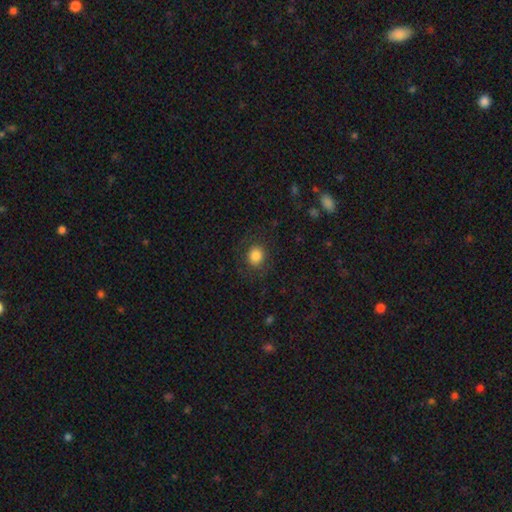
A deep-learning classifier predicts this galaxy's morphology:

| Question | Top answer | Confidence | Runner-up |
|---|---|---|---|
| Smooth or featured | smooth | 83% | star or artifact (10%) |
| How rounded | round | 78% | in between (21%) |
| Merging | none | 84% | minor disturbance (10%) |